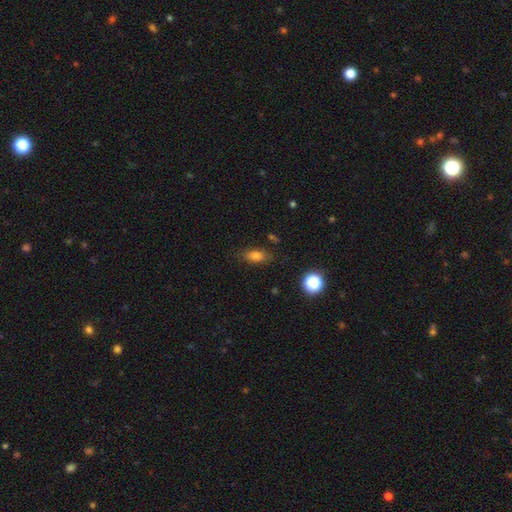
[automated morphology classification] smooth-or-featured: smooth: 78% | star or artifact: 12% | featured or disk: 9%
  how-rounded: in between: 81% | round: 10% | cigar-shaped: 9%
  merging: none: 80% | minor disturbance: 14% | major disturbance: 4% | merger: 2%